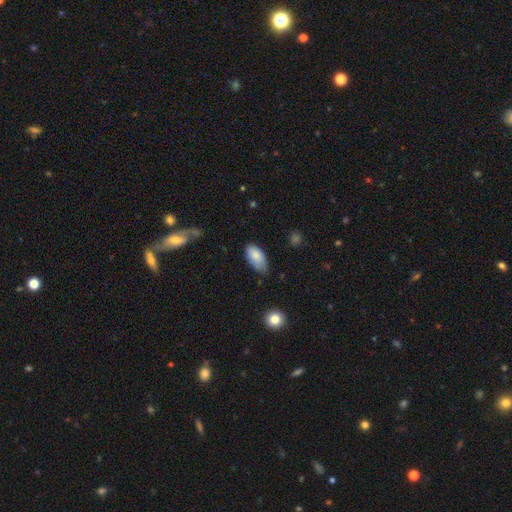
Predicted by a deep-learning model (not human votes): This appears to be a smooth galaxy with no disk features (82%) that is in between round and cigar-shaped (94%). Merging: none (56%).